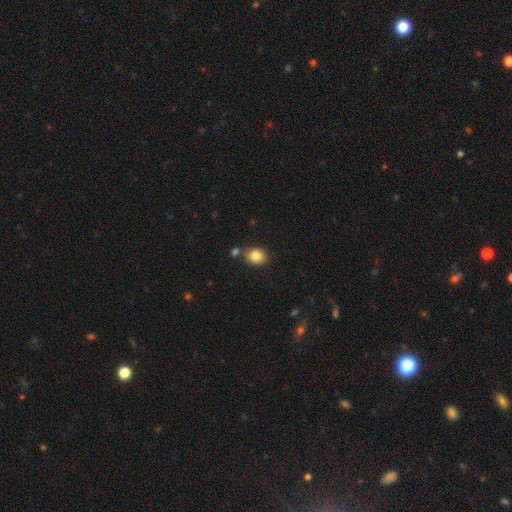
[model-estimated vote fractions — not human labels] Smooth or featured: smooth — 83% (star or artifact — 10%)
How rounded: round — 60% (in between — 39%)
Merging: none — 76% (minor disturbance — 11%)